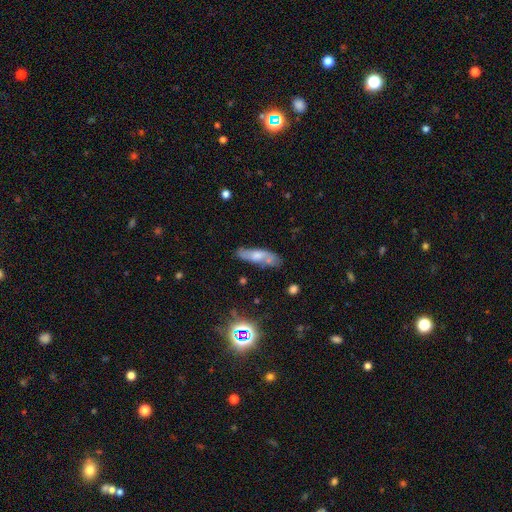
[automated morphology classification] Smooth or featured?
  - featured or disk: 44% * (tied)
  - smooth: 44% * (tied)
  - star or artifact: 12%
Merging?
  - none: 71% *
  - minor disturbance: 19%
  - major disturbance: 5%
  - merger: 5%